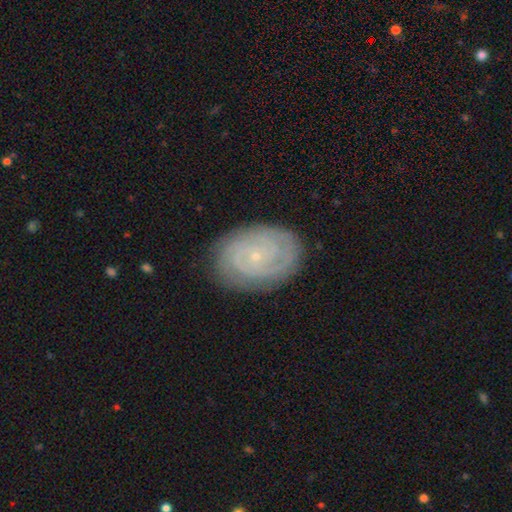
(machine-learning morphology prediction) Smooth or featured? Predicted: featured or disk (p=0.79). Edge-on disk? Predicted: no (p=0.97). Bar? Predicted: no (p=0.80). Spiral arms? Predicted: yes (p=0.94). Spiral winding? Predicted: tight (p=0.80). Spiral arm count? Predicted: can't tell (p=0.34). Bulge size? Predicted: small (p=0.88). Merging? Predicted: none (p=0.82).